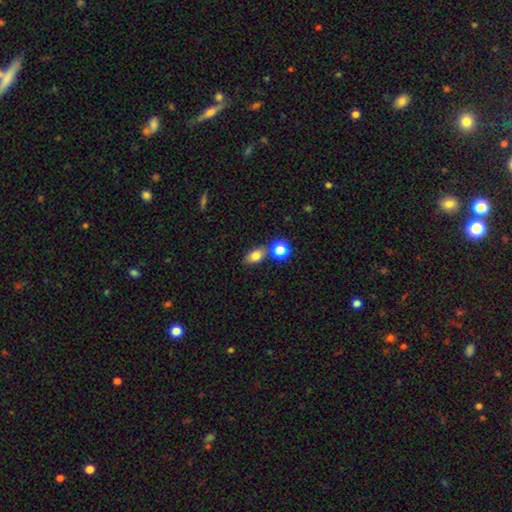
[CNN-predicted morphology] This is likely a smooth galaxy (78%). How rounded: likely in between (77%). Merging: likely none (63%).